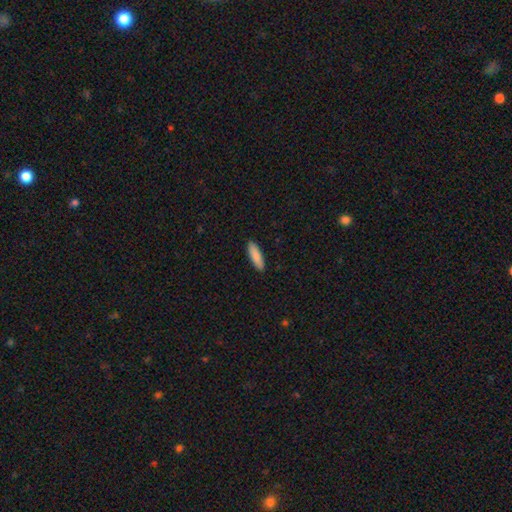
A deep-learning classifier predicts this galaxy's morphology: Q: Smooth or featured?
A: smooth (88%); runner-up: featured or disk (6%)
Q: How rounded?
A: cigar-shaped (59%); runner-up: in between (39%)
Q: Merging?
A: none (91%); runner-up: minor disturbance (6%)